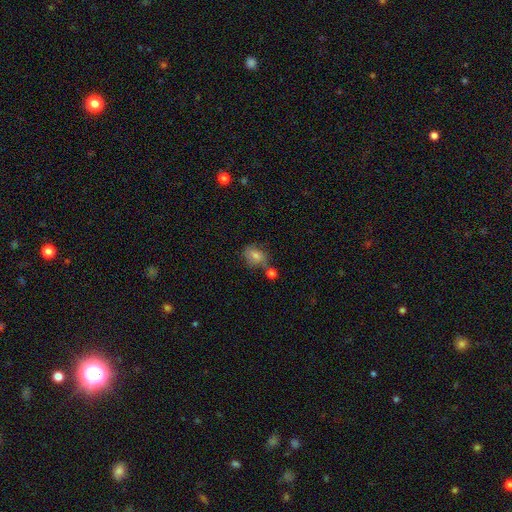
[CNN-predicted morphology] A smooth galaxy with no disk features (58%) that is in between round and cigar-shaped (56%). Merging: none (57%).